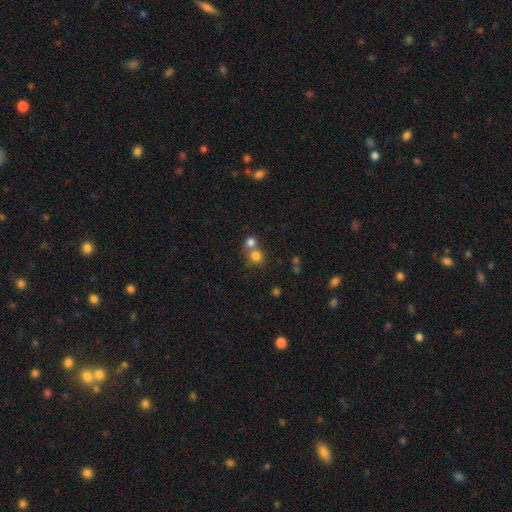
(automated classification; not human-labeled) A smooth galaxy with no disk features (77%) that is round (86%).

Vote fractions:
- Smooth or featured? smooth: 77% / star or artifact: 14% / featured or disk: 10%
- How rounded? round: 86% / in between: 13% / cigar-shaped: 1%
- Merging? merger: 48% / none: 43% / minor disturbance: 6% / major disturbance: 3%